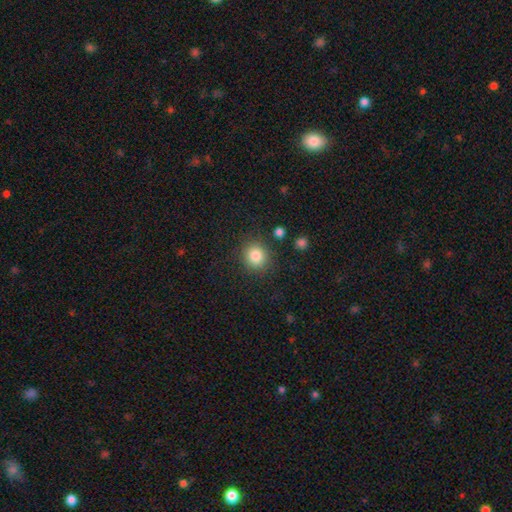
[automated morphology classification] A smooth galaxy with no disk features (84%) that is round (86%). Merging: none (87%).